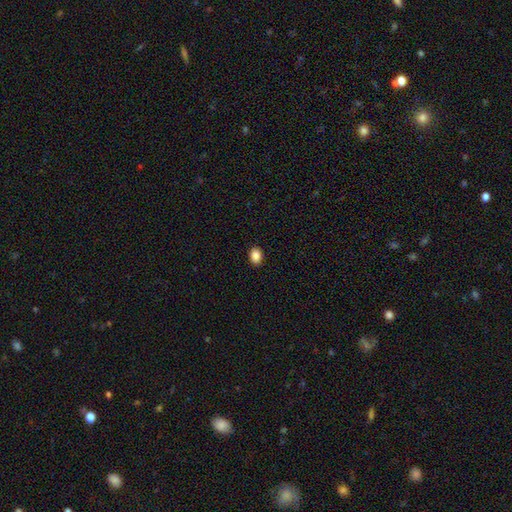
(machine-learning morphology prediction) Smooth or featured? Predicted: smooth (p=0.87). How rounded? Predicted: in between (p=0.63). Merging? Predicted: none (p=0.91).